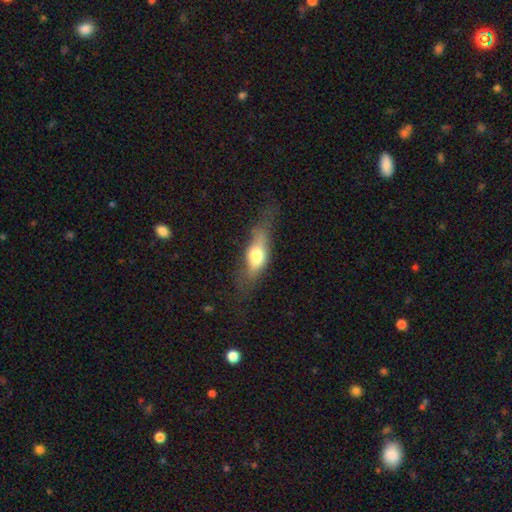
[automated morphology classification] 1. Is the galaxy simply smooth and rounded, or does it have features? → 58% smooth, 34% featured or disk, 8% star or artifact.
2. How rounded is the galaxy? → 67% in between, 26% cigar-shaped, 8% round.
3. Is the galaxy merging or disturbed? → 52% none, 27% minor disturbance, 19% major disturbance, 2% merger.